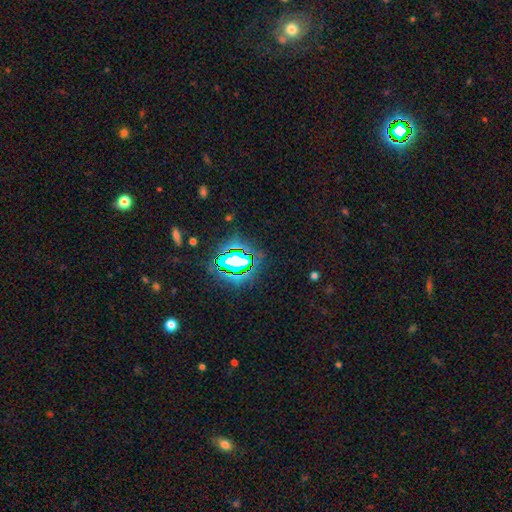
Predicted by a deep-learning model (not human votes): A star or artifact, not a galaxy (81%).